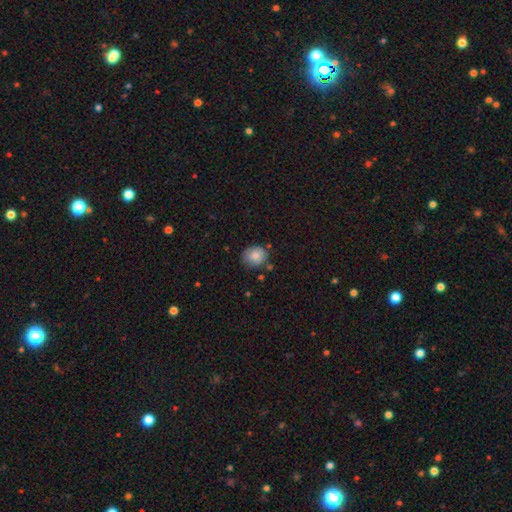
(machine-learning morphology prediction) type=smooth (83%); roundness=round (71%); merging=none (75%).